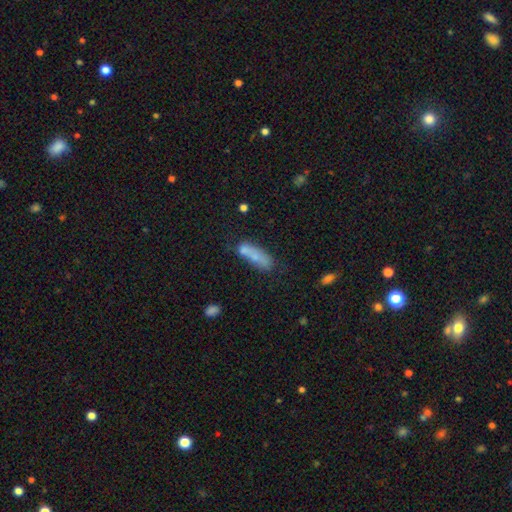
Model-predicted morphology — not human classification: The model was most divided on "how rounded": cigar-shaped: 49%, in between: 48%, round: 3%. Remaining: smooth or featured — smooth (70%); merging — none (40%).